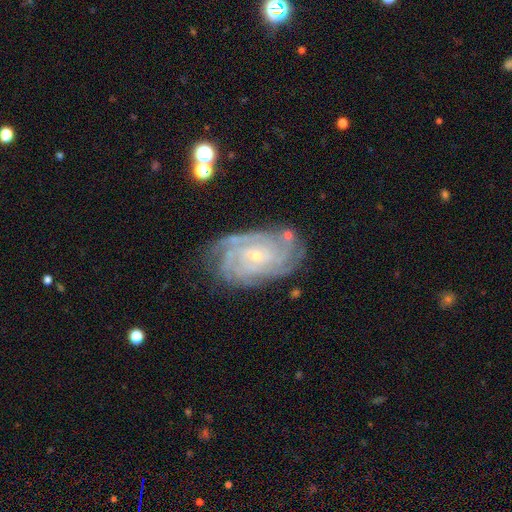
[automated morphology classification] Smooth or featured: featured or disk — 88% (star or artifact — 6%)
Edge-on disk: no — 97% (yes — 3%)
Bar: no — 59% (weak — 32%)
Spiral arms: yes — 98% (no — 2%)
Spiral winding: tight — 77% (medium — 20%)
Spiral arm count: 4 — 31% (can't tell — 24%)
Bulge size: small — 78% (moderate — 19%)
Merging: none — 73% (minor disturbance — 19%)